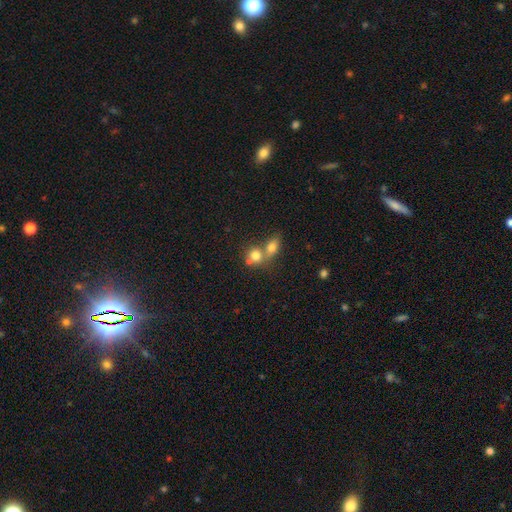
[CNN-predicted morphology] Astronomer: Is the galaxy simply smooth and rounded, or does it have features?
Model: smooth — 77%.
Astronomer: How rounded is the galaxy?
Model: round — 70%.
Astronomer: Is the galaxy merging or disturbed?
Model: merger — 59%.